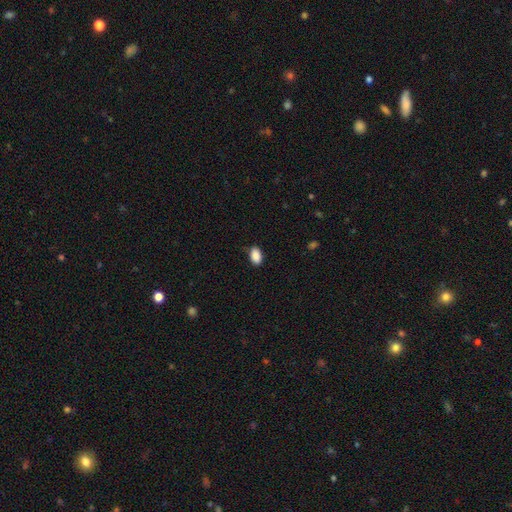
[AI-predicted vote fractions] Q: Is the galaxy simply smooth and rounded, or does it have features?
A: smooth — 90%.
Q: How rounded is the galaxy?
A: in between — 92%.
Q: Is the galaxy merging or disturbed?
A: none — 82%.